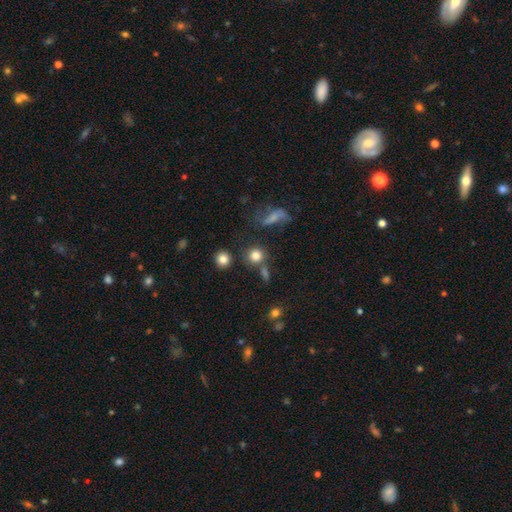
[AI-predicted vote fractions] Smooth or featured? smooth (80%)
How rounded? round (88%)
Merging? none (66%)